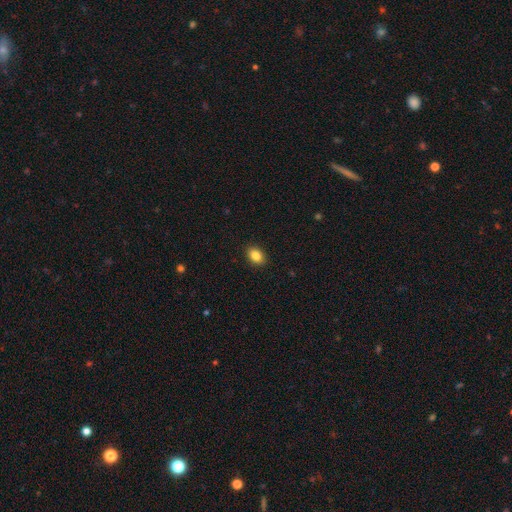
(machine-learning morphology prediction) This is clearly a smooth galaxy (86%). How rounded: likely in between (75%). Merging: clearly none (90%).